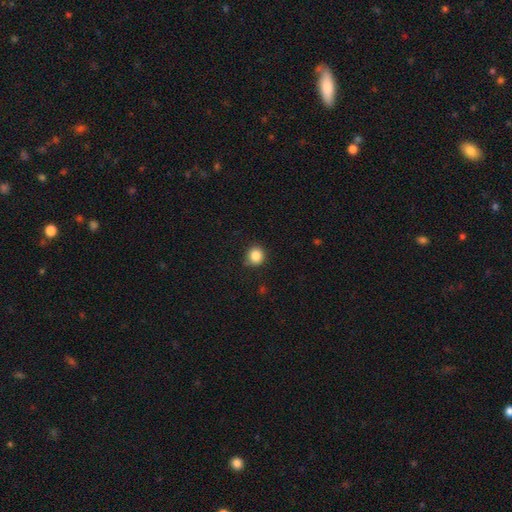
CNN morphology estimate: A smooth galaxy with no disk features (85%) that is round (89%). Merging: none (84%).